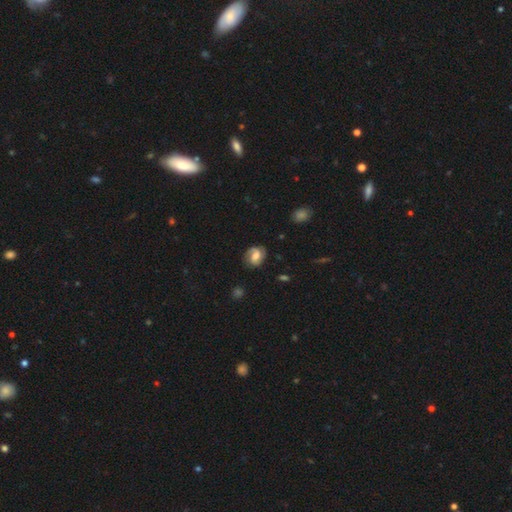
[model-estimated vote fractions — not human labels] Morphology: type=featured or disk (67%); edge-on=no (97%); bar=weak (49%); spiral arms=yes (92%); winding=medium (46%); arm count=2 (86%); bulge=moderate (58%); merging=none (78%).